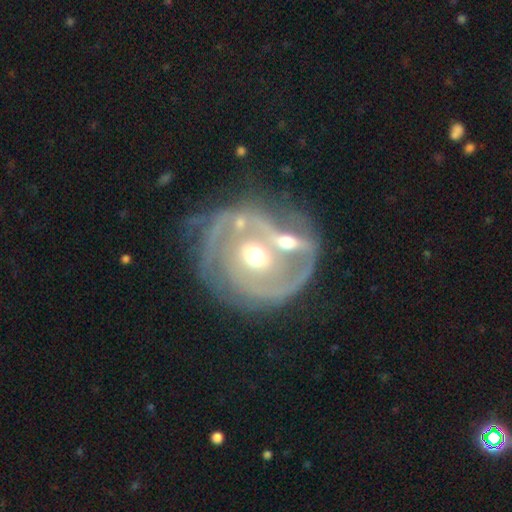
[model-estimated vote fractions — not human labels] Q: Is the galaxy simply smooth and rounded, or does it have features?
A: featured or disk — 78%.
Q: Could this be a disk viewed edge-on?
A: no — 95%.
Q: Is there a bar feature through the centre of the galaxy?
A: no — 60%.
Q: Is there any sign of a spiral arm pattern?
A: yes — 69%.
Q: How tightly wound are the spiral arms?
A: tight — 44%.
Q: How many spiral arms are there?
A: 2 — 48%.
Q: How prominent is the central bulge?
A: moderate — 72%.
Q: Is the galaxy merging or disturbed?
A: merger — 41%.